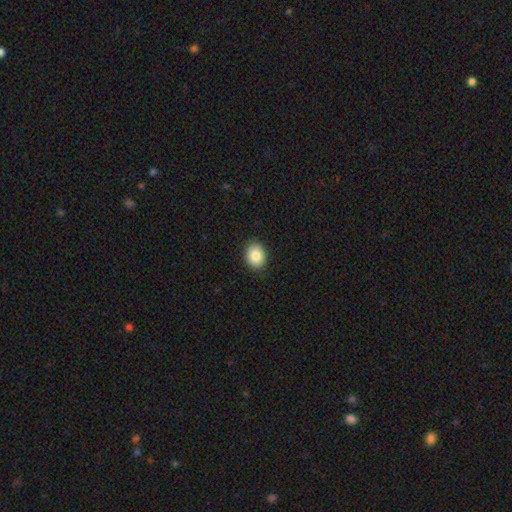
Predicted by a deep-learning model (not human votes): smooth-or-featured: smooth: 87% | star or artifact: 8% | featured or disk: 5%
  how-rounded: in between: 55% | round: 45% | cigar-shaped: 1%
  merging: none: 89% | minor disturbance: 8% | major disturbance: 2% | merger: 1%